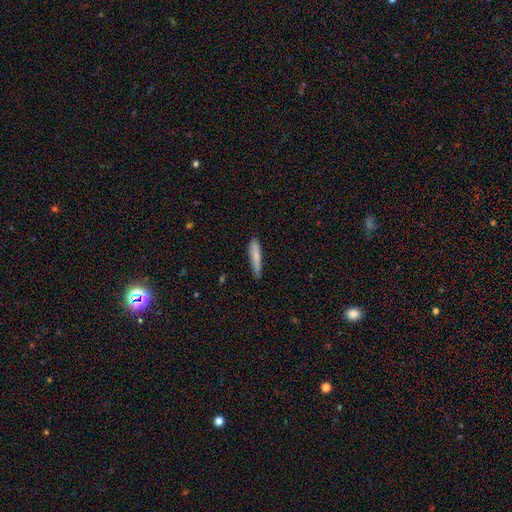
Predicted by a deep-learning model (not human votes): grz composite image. It shows a smooth galaxy with no disk features (80%) that is cigar-shaped (91%). Merging: none (79%).